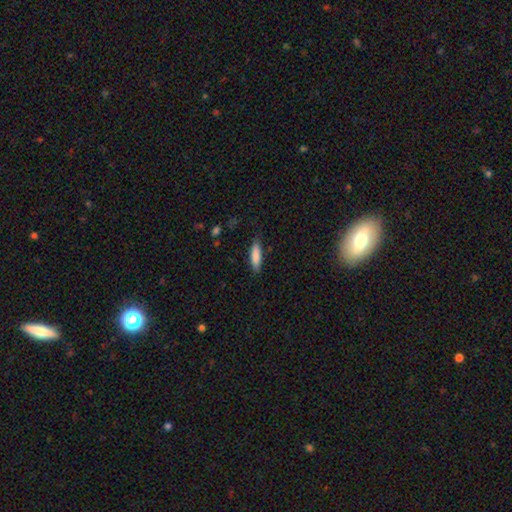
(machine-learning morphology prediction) Smooth or featured? smooth (85%)
How rounded? cigar-shaped (58%)
Merging? none (81%)